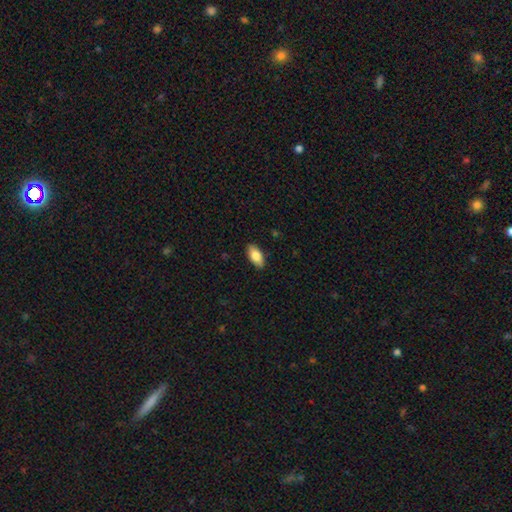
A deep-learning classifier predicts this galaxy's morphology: Q: Smooth or featured?
A: smooth (81%); runner-up: featured or disk (13%)
Q: How rounded?
A: in between (89%); runner-up: cigar-shaped (9%)
Q: Merging?
A: none (89%); runner-up: minor disturbance (8%)